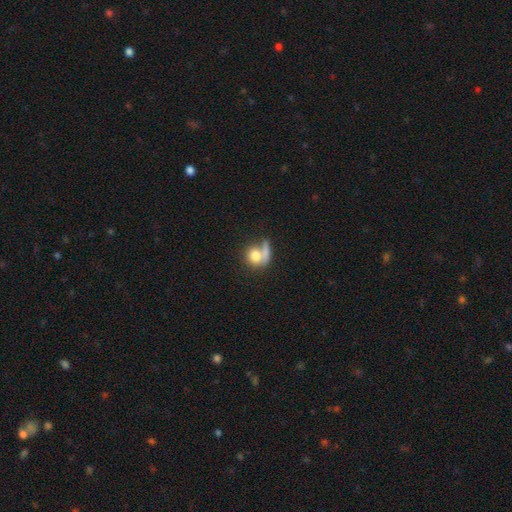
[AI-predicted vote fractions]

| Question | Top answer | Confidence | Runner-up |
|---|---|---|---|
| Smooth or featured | smooth | 73% | featured or disk (19%) |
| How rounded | round | 70% | in between (27%) |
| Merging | merger | 37% | none (33%) |